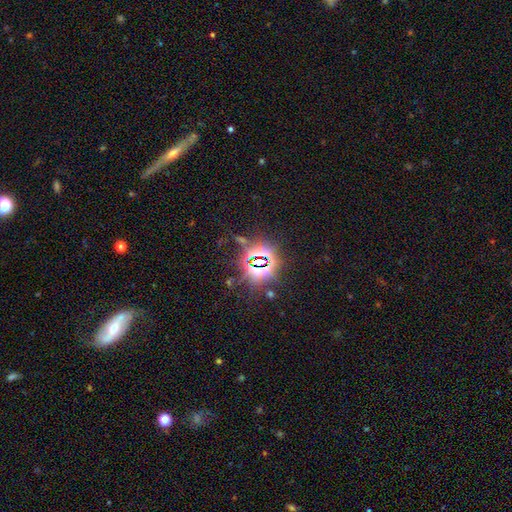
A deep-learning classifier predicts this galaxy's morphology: A star or artifact, not a galaxy (75%).

Vote fractions:
- Smooth or featured? star or artifact: 75% / featured or disk: 13% / smooth: 12%